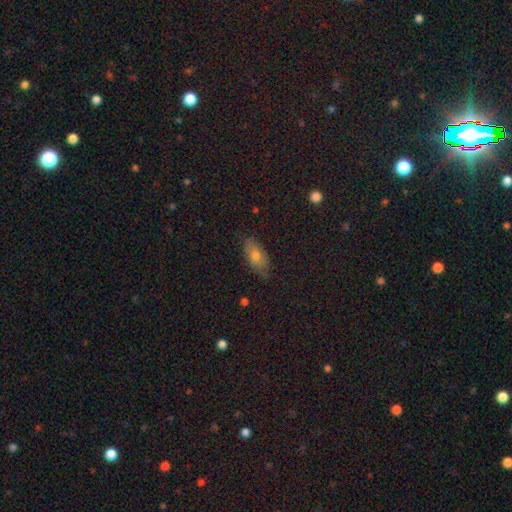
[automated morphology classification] Smooth or featured? Predicted: smooth (p=0.60). How rounded? Predicted: in between (p=0.87). Merging? Predicted: none (p=0.75).